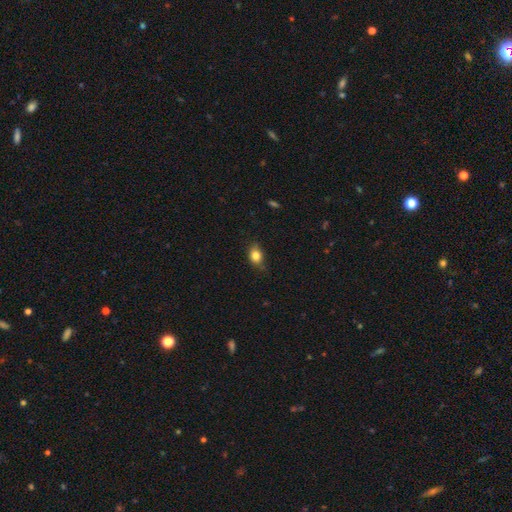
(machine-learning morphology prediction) Overall: smooth (81%). How rounded: in between (68%; round 30%). Merging: none (65%; minor disturbance 28%).